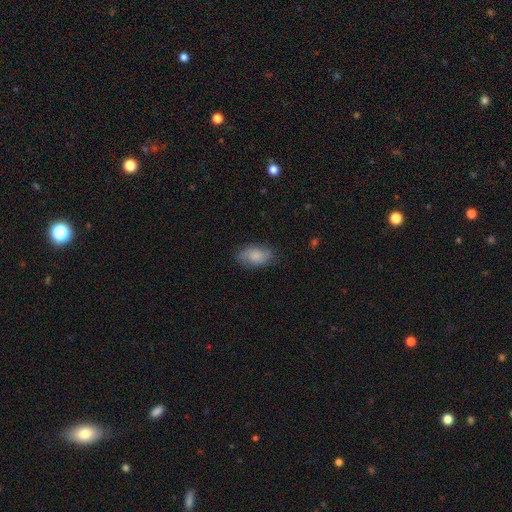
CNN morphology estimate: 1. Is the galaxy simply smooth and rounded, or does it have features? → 71% smooth, 21% featured or disk, 7% star or artifact.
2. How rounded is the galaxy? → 91% in between, 7% round, 2% cigar-shaped.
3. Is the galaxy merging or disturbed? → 76% none, 18% minor disturbance, 5% major disturbance, 1% merger.